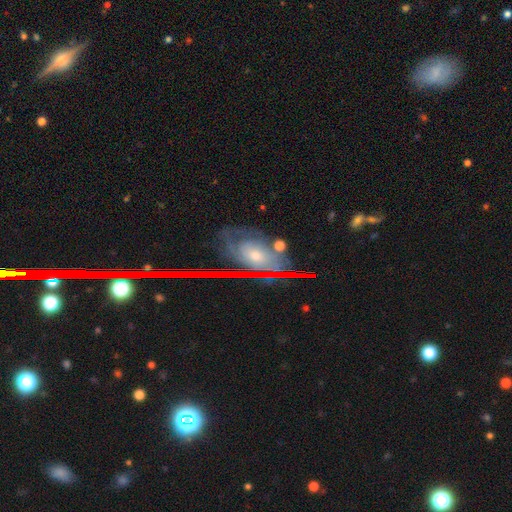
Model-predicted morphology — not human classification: Overall: featured or disk (67%). Edge-on disk: no (89%). Bar: no (78%). Spiral arms: yes (78%). Bulge size: small (57%; moderate 35%). Merging: none (64%).